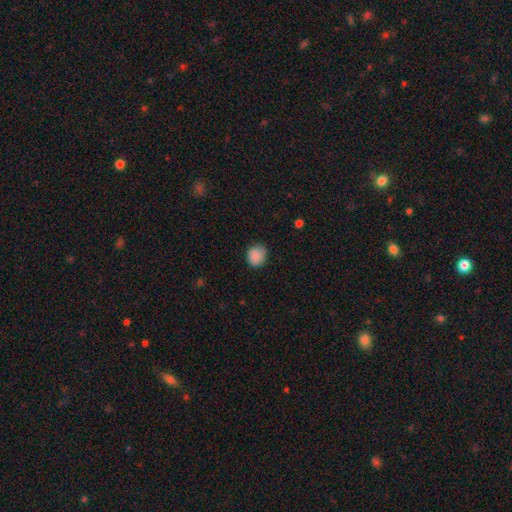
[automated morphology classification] smooth 87%, star or artifact 9%, featured or disk 4%. Down the decision tree: how rounded — round (77%); merging — none (81%).